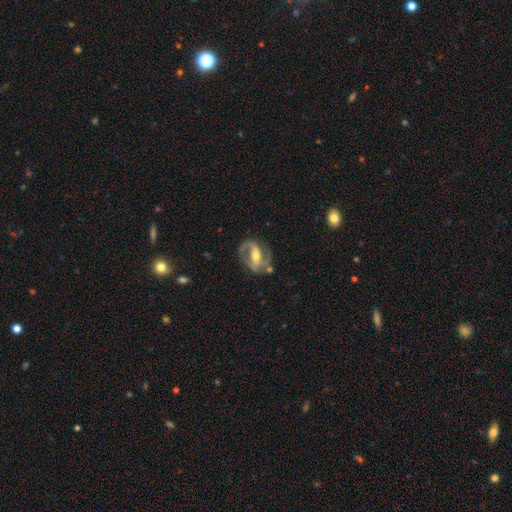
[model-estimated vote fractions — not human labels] A featured or disk galaxy (85%) with a strong bar (53%), 2 (85%) medium (51%) spiral arms (91%) and a moderate central bulge (64%).

Vote fractions:
- Smooth or featured? featured or disk: 85% / smooth: 10% / star or artifact: 5%
- Edge-on disk? no: 96% / yes: 4%
- Bar? strong: 53% / weak: 33% / no: 14%
- Spiral arms? yes: 91% / no: 9%
- Spiral winding? medium: 51% / loose: 26% / tight: 23%
- Spiral arm count? 2: 85% / 1: 6% / can't tell: 5% / 3: 2% / 4: 1% / more than 4: 1%
- Bulge size? moderate: 64% / small: 28% / large: 6% / none: 2% / dominant: 1%
- Merging? none: 69% / minor disturbance: 17% / major disturbance: 9% / merger: 4%